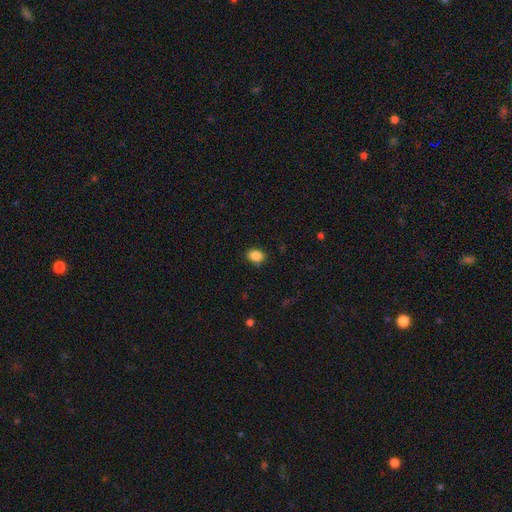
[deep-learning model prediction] smooth_or_featured: smooth (p=0.87) [alt: star or artifact p=0.09]
how_rounded: in between (p=0.64) [alt: round p=0.35]
merging: none (p=0.83) [alt: minor disturbance p=0.12]